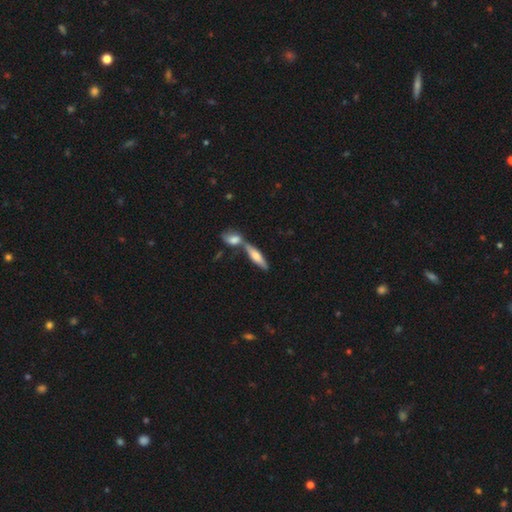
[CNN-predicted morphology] Smooth or featured? smooth (55%)
How rounded? cigar-shaped (62%)
Merging? none (45%)